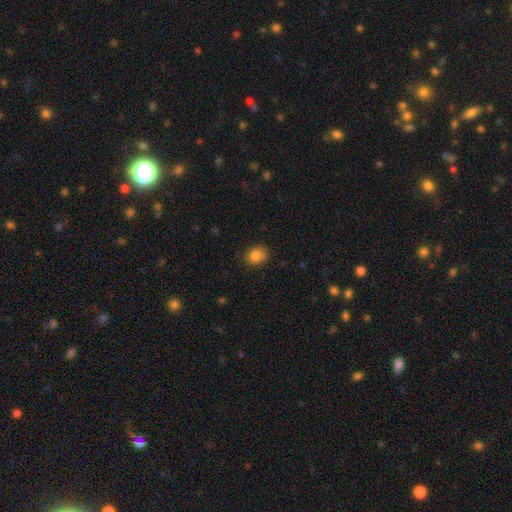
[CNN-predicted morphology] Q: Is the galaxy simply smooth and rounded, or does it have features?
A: smooth — 83%.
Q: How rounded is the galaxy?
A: round — 64%.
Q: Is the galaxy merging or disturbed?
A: none — 75%.